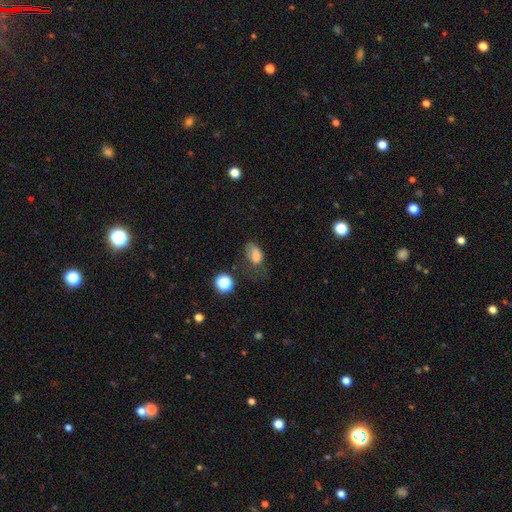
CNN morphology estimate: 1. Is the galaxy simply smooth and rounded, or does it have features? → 75% smooth, 13% featured or disk, 13% star or artifact.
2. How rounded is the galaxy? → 82% in between, 16% round, 2% cigar-shaped.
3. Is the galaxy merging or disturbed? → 35% major disturbance, 32% minor disturbance, 29% none, 4% merger.